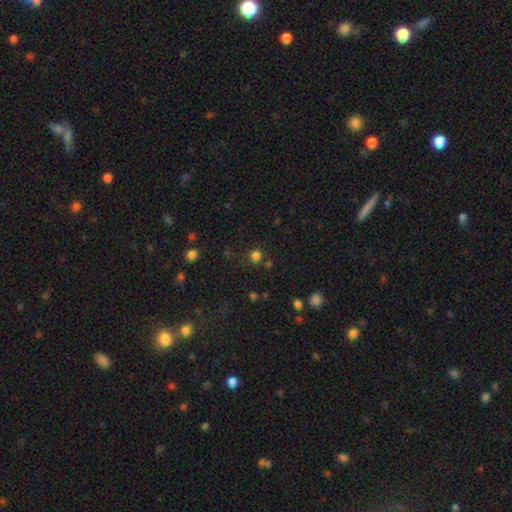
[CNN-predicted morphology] This appears to be a smooth galaxy with no disk features (76%) that is round (92%). Merging: none (78%).